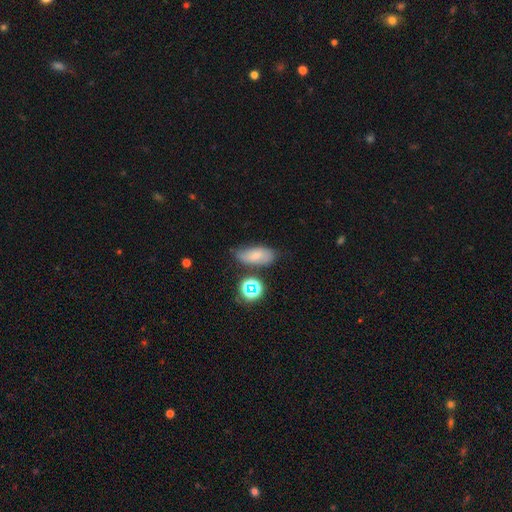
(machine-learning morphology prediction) Q: Smooth or featured?
A: smooth (64%); runner-up: featured or disk (21%)
Q: How rounded?
A: in between (82%); runner-up: cigar-shaped (10%)
Q: Merging?
A: none (59%); runner-up: minor disturbance (26%)